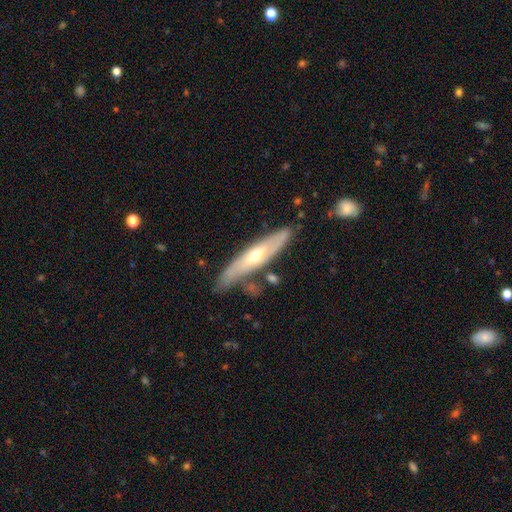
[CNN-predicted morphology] The model was most divided on "edge-on disk": yes: 61%, no: 39%. More confident: merging — none (76%); smooth or featured — featured or disk (64%).